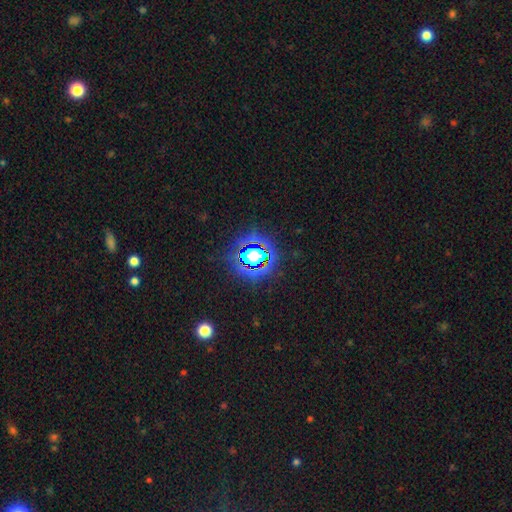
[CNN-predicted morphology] Overall: star or artifact (81%).